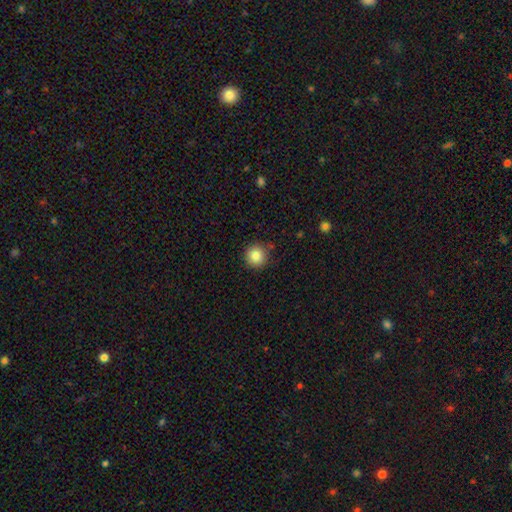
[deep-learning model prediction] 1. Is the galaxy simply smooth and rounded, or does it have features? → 85% smooth, 10% star or artifact, 5% featured or disk.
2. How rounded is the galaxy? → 95% round, 4% in between, 1% cigar-shaped.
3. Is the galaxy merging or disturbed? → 87% none, 9% minor disturbance, 2% major disturbance, 2% merger.